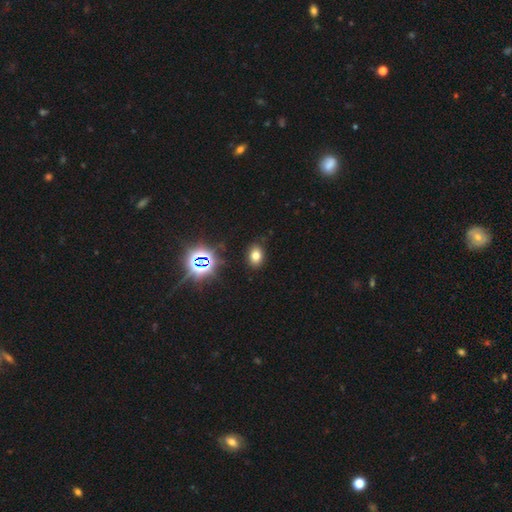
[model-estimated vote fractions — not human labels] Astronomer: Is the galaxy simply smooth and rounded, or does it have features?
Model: smooth — 70%.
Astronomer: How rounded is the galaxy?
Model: in between — 73%.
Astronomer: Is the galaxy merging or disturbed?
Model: none — 87%.